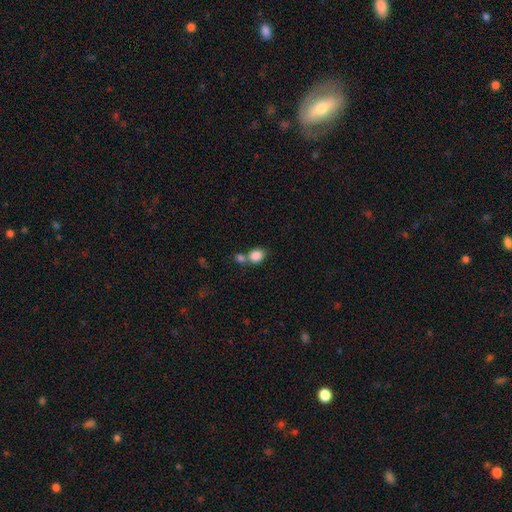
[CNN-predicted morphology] Overall: smooth (86%). How rounded: round (53%; in between 46%). Merging: none (47%; merger 38%).